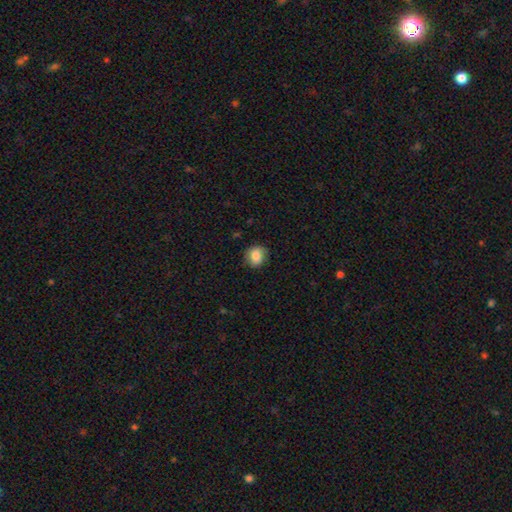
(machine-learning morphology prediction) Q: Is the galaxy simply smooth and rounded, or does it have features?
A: smooth — 84%.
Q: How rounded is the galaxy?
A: round — 70%.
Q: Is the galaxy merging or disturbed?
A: none — 78%.